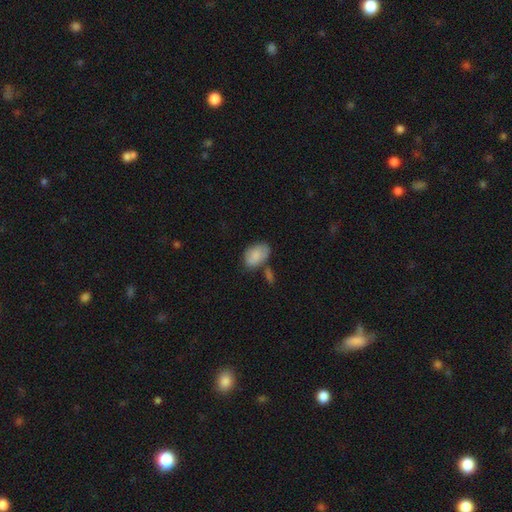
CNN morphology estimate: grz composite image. It shows a smooth galaxy with no disk features (74%) that is in between round and cigar-shaped (87%). Merging: none (56%).